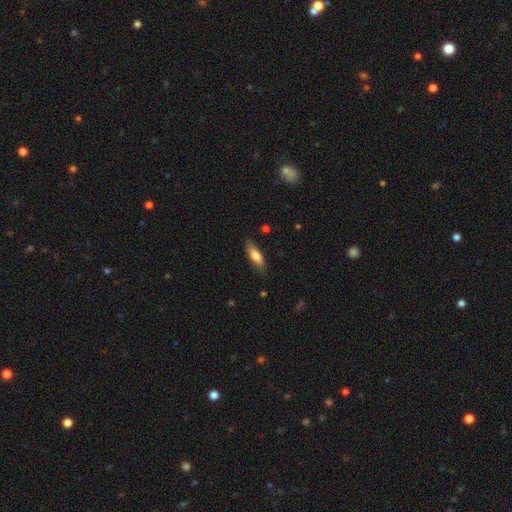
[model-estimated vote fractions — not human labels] Smooth or featured: smooth — 72% (featured or disk — 21%)
How rounded: in between — 54% (cigar-shaped — 44%)
Merging: none — 81% (minor disturbance — 15%)